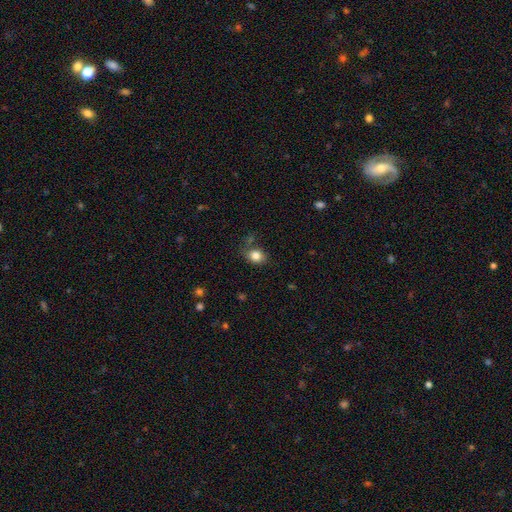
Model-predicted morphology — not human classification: smooth 82%, star or artifact 10%, featured or disk 7%. Down the decision tree: how rounded — in between (50%); merging — none (70%).